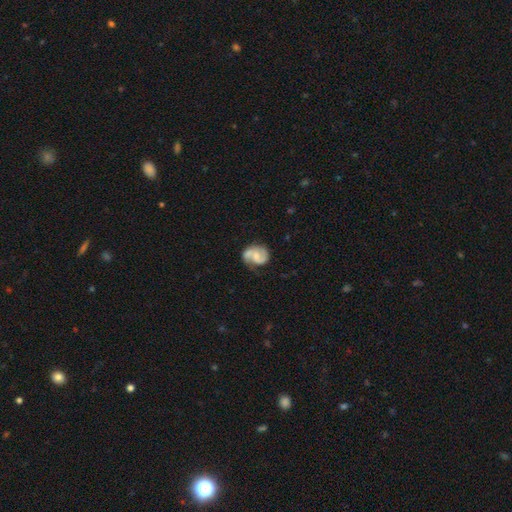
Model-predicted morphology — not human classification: Smooth or featured: featured or disk — 76% (smooth — 19%)
Edge-on disk: no — 98% (yes — 2%)
Bar: no — 50% (weak — 40%)
Spiral arms: yes — 93% (no — 7%)
Spiral winding: medium — 49% (tight — 27%)
Spiral arm count: 2 — 85% (1 — 6%)
Bulge size: small — 43% (moderate — 41%)
Merging: none — 62% (minor disturbance — 23%)